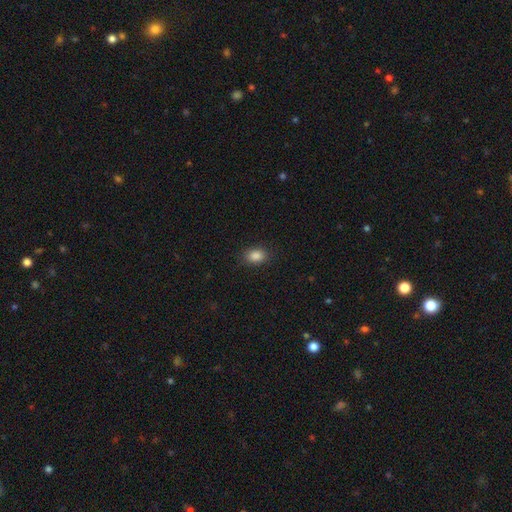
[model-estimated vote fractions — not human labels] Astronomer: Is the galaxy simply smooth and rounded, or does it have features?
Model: smooth — 87%.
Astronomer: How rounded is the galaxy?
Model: in between — 77%.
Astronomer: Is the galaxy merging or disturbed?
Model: none — 87%.